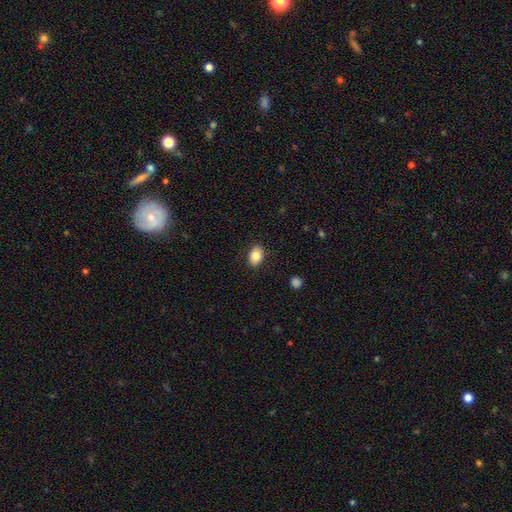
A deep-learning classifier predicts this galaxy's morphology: smooth_or_featured: smooth (p=0.85) [alt: star or artifact p=0.08]
how_rounded: in between (p=0.79) [alt: round p=0.20]
merging: none (p=0.87) [alt: minor disturbance p=0.09]